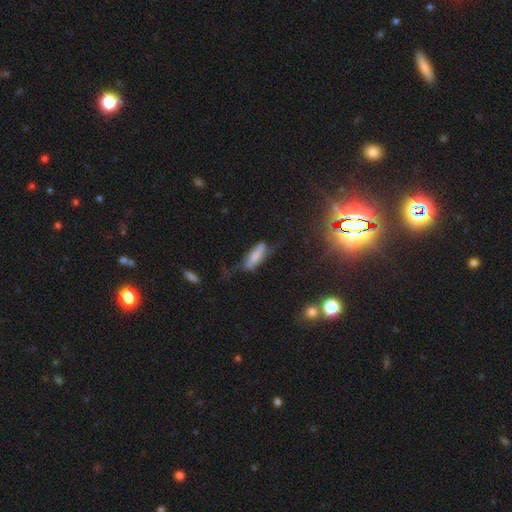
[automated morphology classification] A smooth galaxy with no disk features (56%) that is in between round and cigar-shaped (49%). Merging: none (41%).